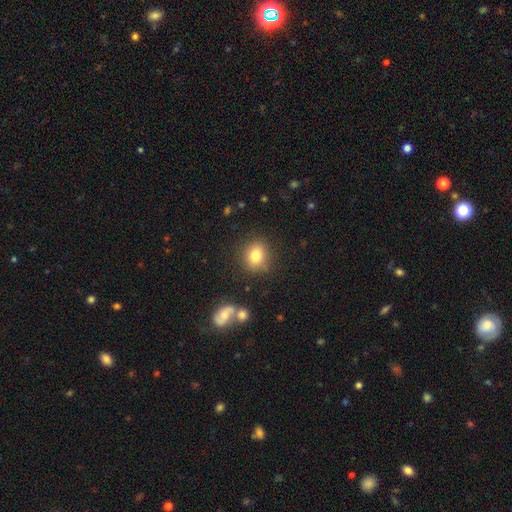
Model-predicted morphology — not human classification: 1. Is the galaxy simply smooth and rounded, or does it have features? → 80% smooth, 11% star or artifact, 9% featured or disk.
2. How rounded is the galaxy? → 72% round, 27% in between, 1% cigar-shaped.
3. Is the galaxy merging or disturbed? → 84% none, 10% minor disturbance, 3% major disturbance, 3% merger.